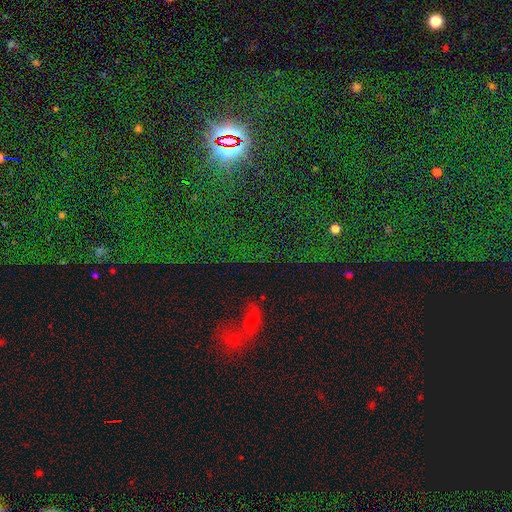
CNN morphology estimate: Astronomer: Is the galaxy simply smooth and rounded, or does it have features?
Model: star or artifact — 74%.